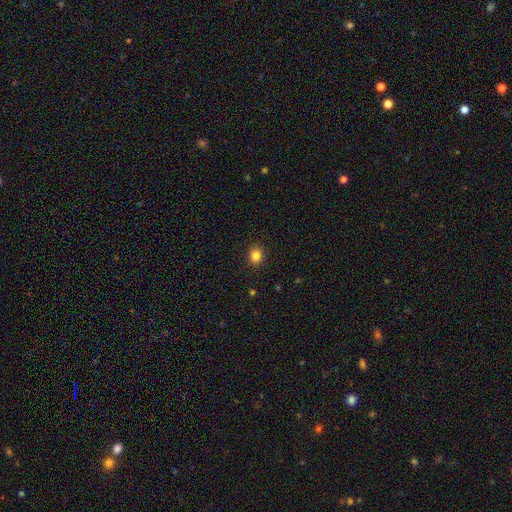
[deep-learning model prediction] A smooth galaxy with no disk features (84%) that is round (71%).

Vote fractions:
- Smooth or featured? smooth: 84% / star or artifact: 11% / featured or disk: 5%
- How rounded? round: 71% / in between: 28% / cigar-shaped: 1%
- Merging? none: 91% / minor disturbance: 6% / major disturbance: 2% / merger: 1%